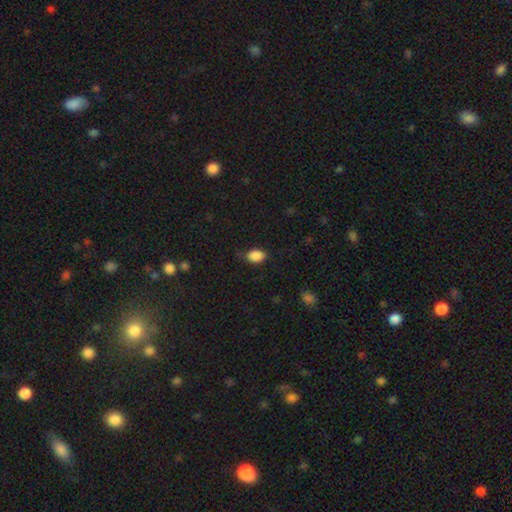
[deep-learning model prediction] A smooth galaxy with no disk features (87%) that is in between round and cigar-shaped (83%).

Vote fractions:
- Smooth or featured? smooth: 87% / star or artifact: 9% / featured or disk: 4%
- How rounded? in between: 83% / round: 15% / cigar-shaped: 1%
- Merging? none: 73% / minor disturbance: 21% / major disturbance: 5% / merger: 1%